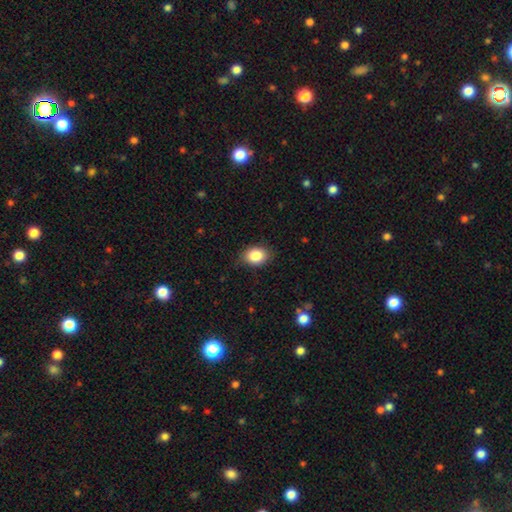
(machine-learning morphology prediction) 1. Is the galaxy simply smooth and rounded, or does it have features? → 86% smooth, 8% star or artifact, 6% featured or disk.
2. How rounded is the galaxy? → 67% in between, 32% round, 1% cigar-shaped.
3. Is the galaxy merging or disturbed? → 82% none, 14% minor disturbance, 3% major disturbance, 1% merger.